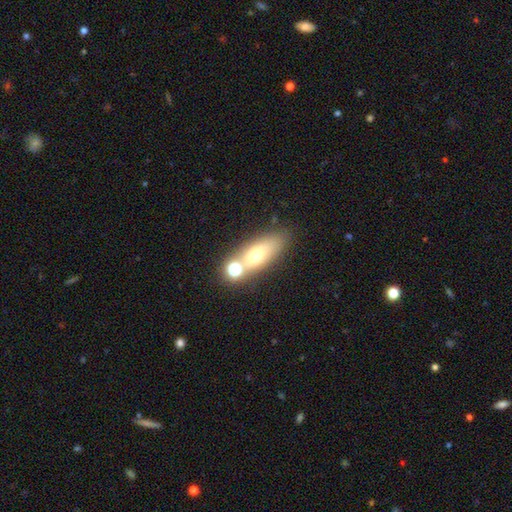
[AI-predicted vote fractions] Overall: smooth (57%; featured or disk 30%). How rounded: in between (60%; cigar-shaped 29%). Merging: none (55%; merger 27%).